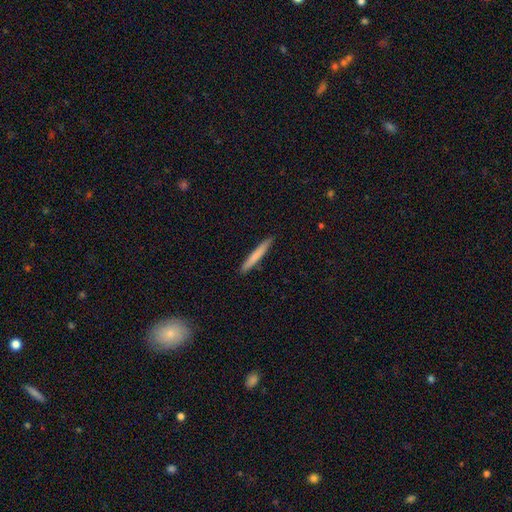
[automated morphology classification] This is likely a smooth galaxy (73%). How rounded: clearly cigar-shaped (96%). Merging: clearly none (91%).